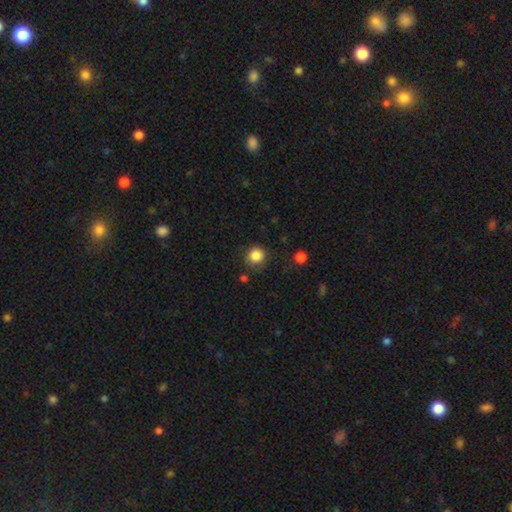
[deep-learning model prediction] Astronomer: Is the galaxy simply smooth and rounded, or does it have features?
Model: smooth — 85%.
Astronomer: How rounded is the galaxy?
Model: round — 90%.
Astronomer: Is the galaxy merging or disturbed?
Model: none — 81%.